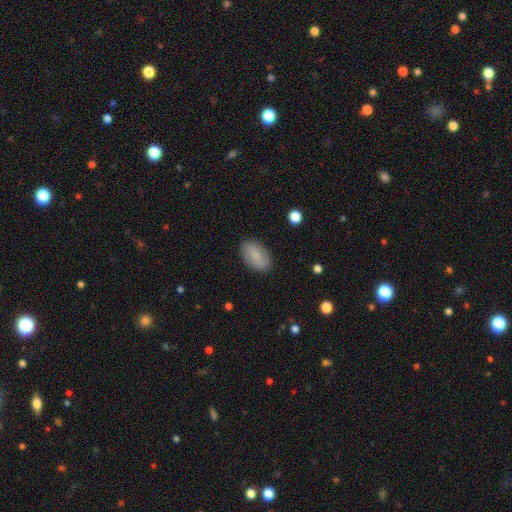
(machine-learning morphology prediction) A smooth galaxy with no disk features (77%) that is in between round and cigar-shaped (93%). Merging: none (86%).